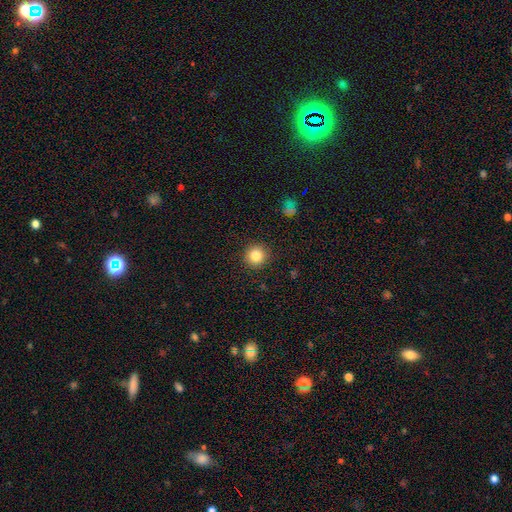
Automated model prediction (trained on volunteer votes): Overall: smooth (83%). How rounded: round (93%). Merging: none (91%).